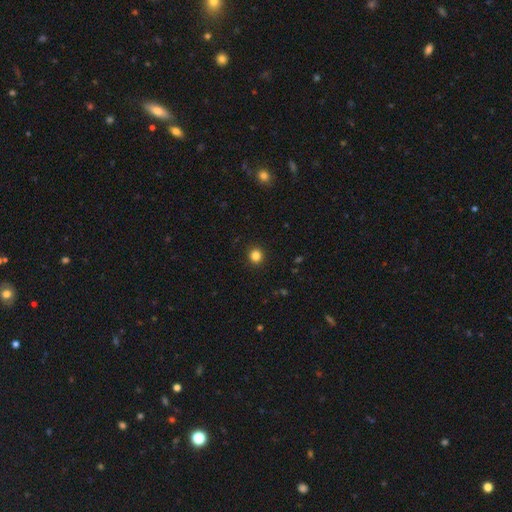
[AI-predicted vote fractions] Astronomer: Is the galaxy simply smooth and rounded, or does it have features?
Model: smooth — 84%.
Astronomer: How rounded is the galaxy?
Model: round — 90%.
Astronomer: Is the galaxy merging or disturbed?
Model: none — 92%.